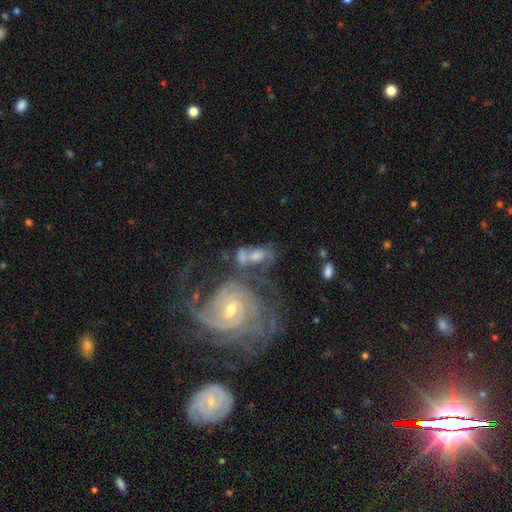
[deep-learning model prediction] Smooth or featured?
  - featured or disk: 63% *
  - smooth: 27%
  - star or artifact: 10%
Edge-on disk?
  - no: 95% *
  - yes: 5%
Bar?
  - no: 56% *
  - weak: 33%
  - strong: 11%
Spiral arms?
  - yes: 81% *
  - no: 19%
Bulge size?
  - moderate: 57% *
  - small: 28%
  - large: 8%
  - none: 5%
  - dominant: 2%
Merging?
  - merger: 46% *
  - none: 25%
  - major disturbance: 15%
  - minor disturbance: 14%